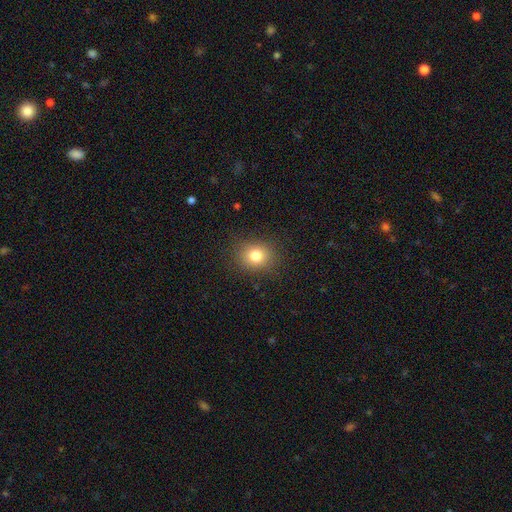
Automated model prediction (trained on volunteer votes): A smooth galaxy with no disk features (79%) that is round (66%). Merging: none (87%).